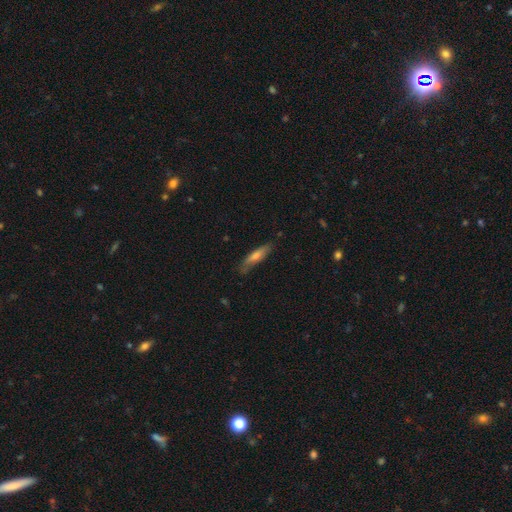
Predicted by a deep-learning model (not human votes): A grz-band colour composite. It shows a smooth galaxy with no disk features (57%) that is cigar-shaped (78%). Merging: none (75%).